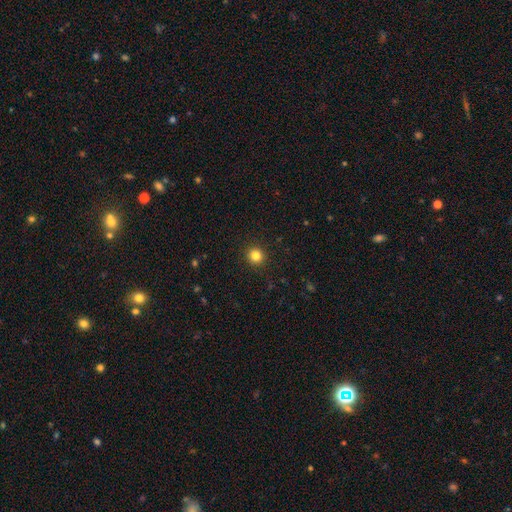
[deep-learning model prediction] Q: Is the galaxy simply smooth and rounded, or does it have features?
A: smooth — 83%.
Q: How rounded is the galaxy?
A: round — 94%.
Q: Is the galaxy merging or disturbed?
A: none — 93%.